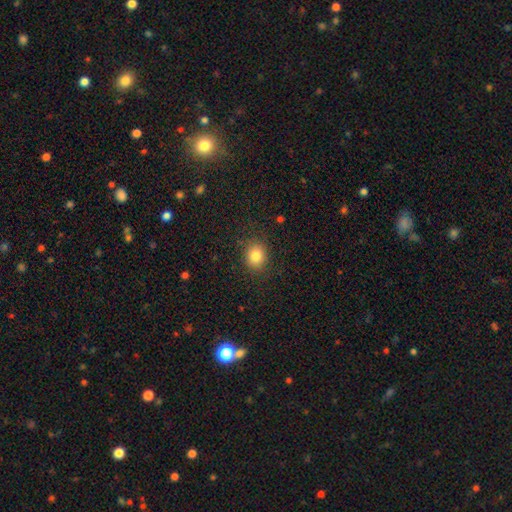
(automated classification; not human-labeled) Smooth or featured? Predicted: smooth (p=0.83). How rounded? Predicted: round (p=0.63). Merging? Predicted: none (p=0.85).